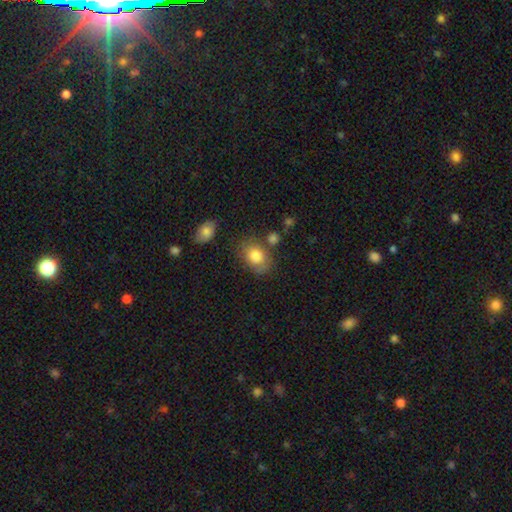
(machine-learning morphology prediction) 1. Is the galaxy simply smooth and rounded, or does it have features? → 79% smooth, 14% featured or disk, 8% star or artifact.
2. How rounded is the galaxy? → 75% in between, 24% round, 1% cigar-shaped.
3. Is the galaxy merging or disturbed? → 65% none, 20% minor disturbance, 8% merger, 7% major disturbance.